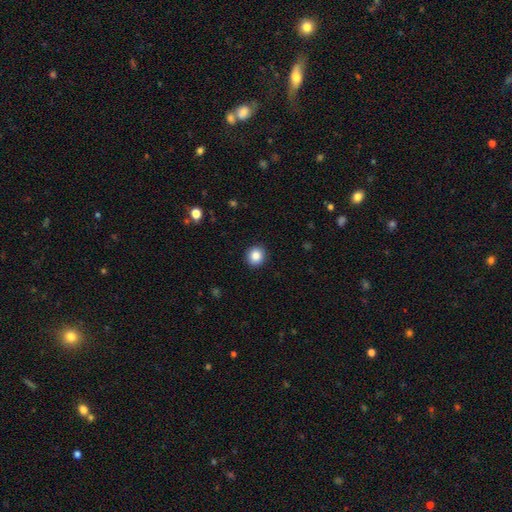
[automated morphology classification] A smooth galaxy with no disk features (87%) that is round (86%). Merging: none (92%).